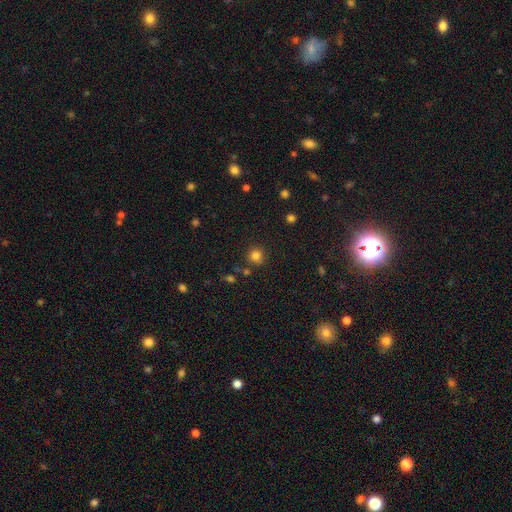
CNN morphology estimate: smooth_or_featured: smooth (p=0.82) [alt: star or artifact p=0.13]
how_rounded: round (p=0.91) [alt: in between p=0.08]
merging: none (p=0.84) [alt: minor disturbance p=0.09]